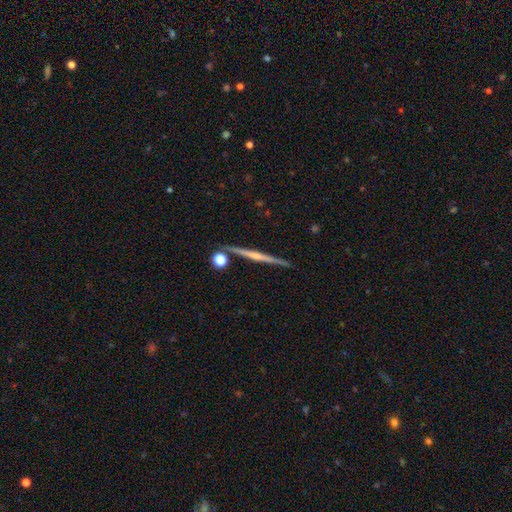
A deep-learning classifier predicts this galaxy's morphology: Smooth or featured?
  - featured or disk: 73% *
  - smooth: 20%
  - star or artifact: 7%
Edge-on disk?
  - yes: 98% *
  - no: 2%
Edge-on bulge?
  - rounded: 58% *
  - none: 32%
  - boxy: 9%
Merging?
  - none: 87% *
  - minor disturbance: 7%
  - merger: 4%
  - major disturbance: 2%